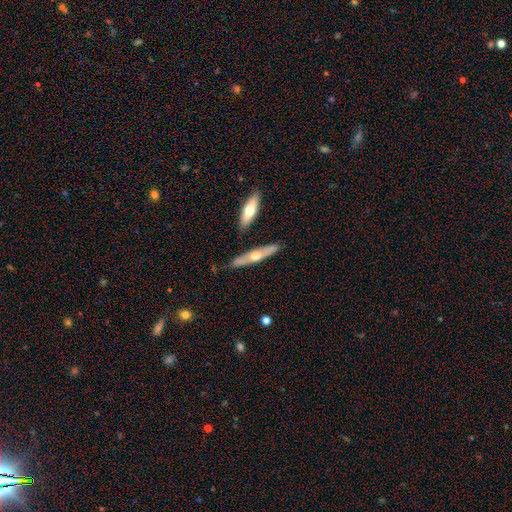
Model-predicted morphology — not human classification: This is possibly a featured or disk galaxy (60%). It is clearly viewed edge-on (85%). Edge-on bulge: clearly rounded (91%). Merging: clearly none (80%).